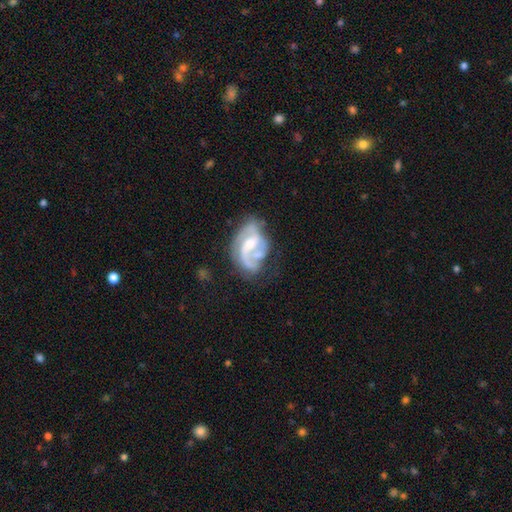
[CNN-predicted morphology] This appears to be a featured or disk galaxy (82%) with a weak bar (49%), 2 (50%) medium (48%) spiral arms (91%) and a moderate central bulge (47%). Merging: none (45%).